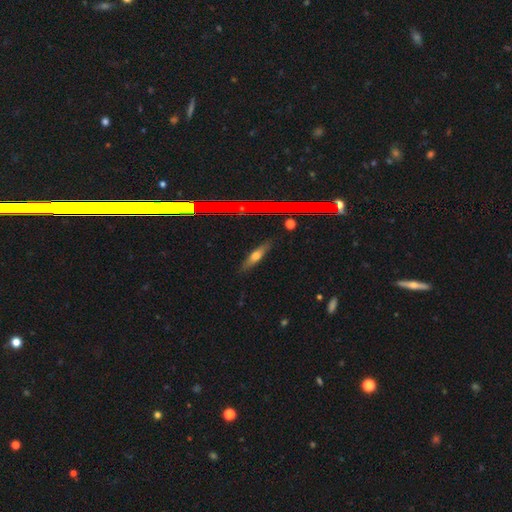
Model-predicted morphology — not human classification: This is possibly a smooth galaxy (47%). Merging: clearly none (82%).